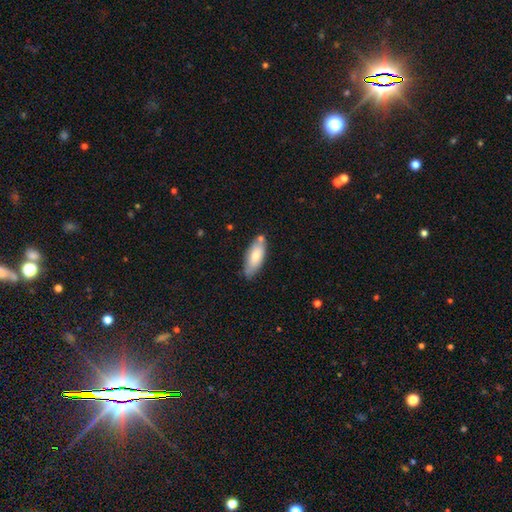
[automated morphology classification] Smooth or featured? smooth (74%)
How rounded? in between (78%)
Merging? none (72%)